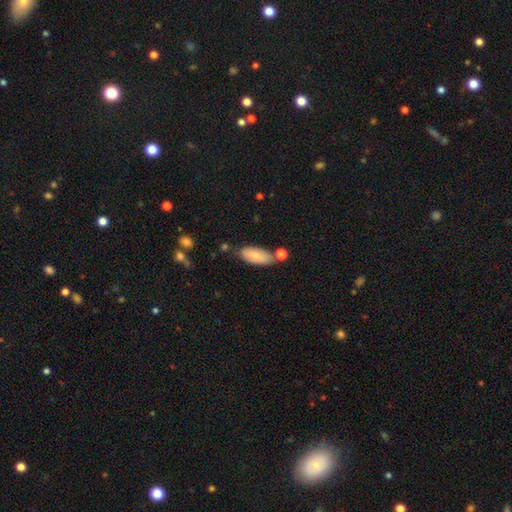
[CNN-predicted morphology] Smooth or featured?
  - smooth: 77% *
  - featured or disk: 17%
  - star or artifact: 6%
How rounded?
  - in between: 84% *
  - cigar-shaped: 14%
  - round: 2%
Merging?
  - none: 67% *
  - minor disturbance: 17%
  - merger: 12%
  - major disturbance: 4%